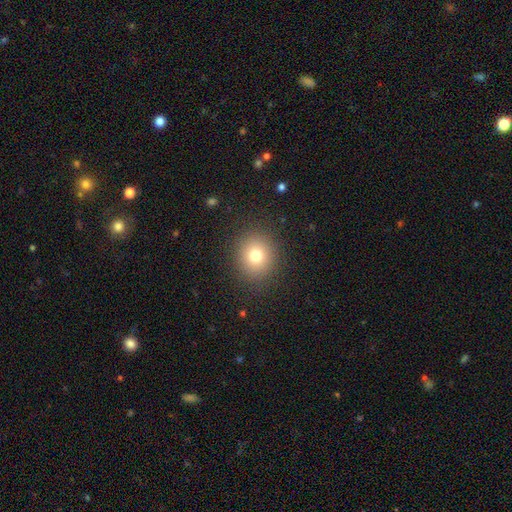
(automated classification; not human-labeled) smooth-or-featured: smooth: 77% | star or artifact: 13% | featured or disk: 9%
  how-rounded: round: 81% | in between: 18% | cigar-shaped: 1%
  merging: none: 88% | minor disturbance: 7% | major disturbance: 3% | merger: 1%